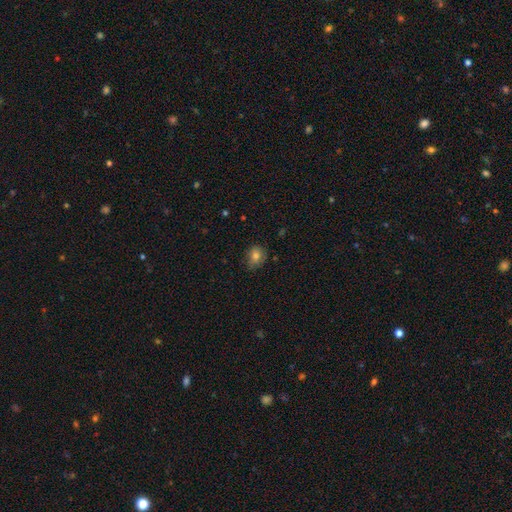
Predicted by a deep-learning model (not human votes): This is likely a smooth galaxy (79%). How rounded: possibly round (52%). Merging: likely none (73%).